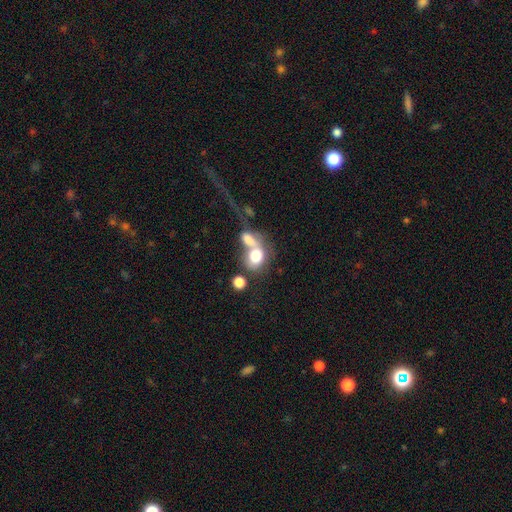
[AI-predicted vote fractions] Smooth or featured? smooth (70%)
How rounded? in between (58%)
Merging? merger (63%)